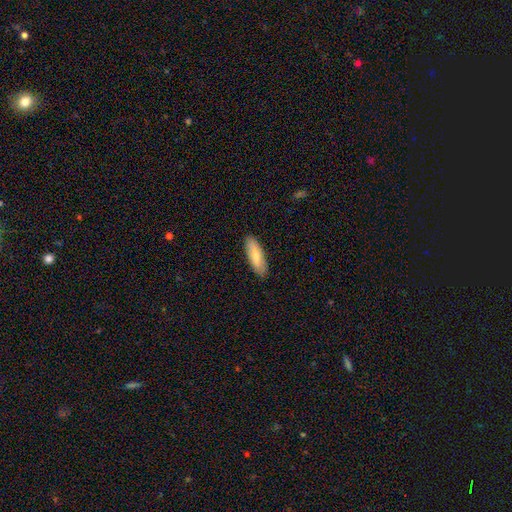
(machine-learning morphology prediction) Q: Smooth or featured?
A: smooth (74%); runner-up: featured or disk (20%)
Q: How rounded?
A: in between (59%); runner-up: cigar-shaped (39%)
Q: Merging?
A: none (87%); runner-up: minor disturbance (10%)